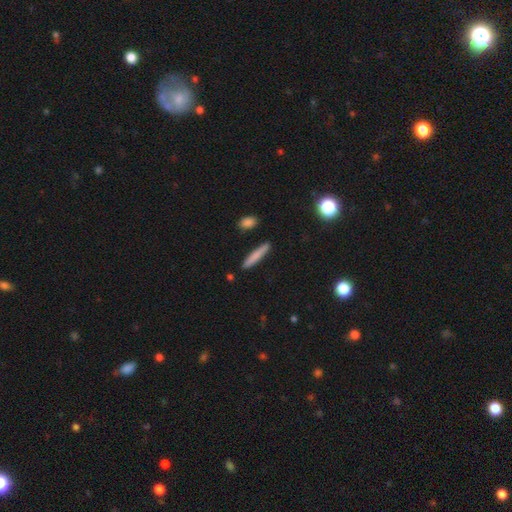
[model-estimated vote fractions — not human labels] A smooth galaxy with no disk features (78%) that is cigar-shaped (92%). Merging: none (87%).